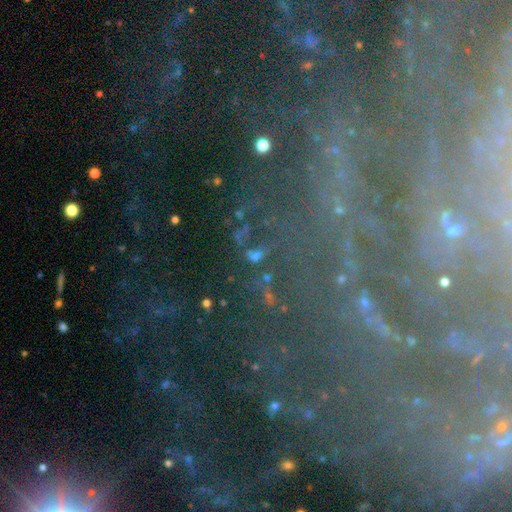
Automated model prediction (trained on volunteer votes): The model was most divided on "smooth or featured": star or artifact: 56%, featured or disk: 26%, smooth: 17%.